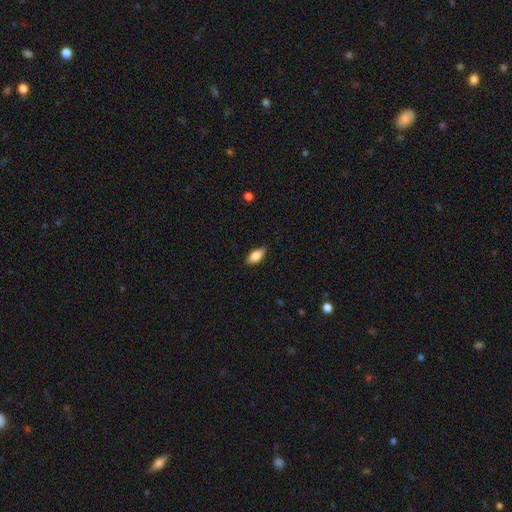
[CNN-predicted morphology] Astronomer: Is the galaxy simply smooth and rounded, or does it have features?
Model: smooth — 77%.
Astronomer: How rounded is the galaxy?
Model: in between — 82%.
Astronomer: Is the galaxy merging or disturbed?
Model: none — 85%.